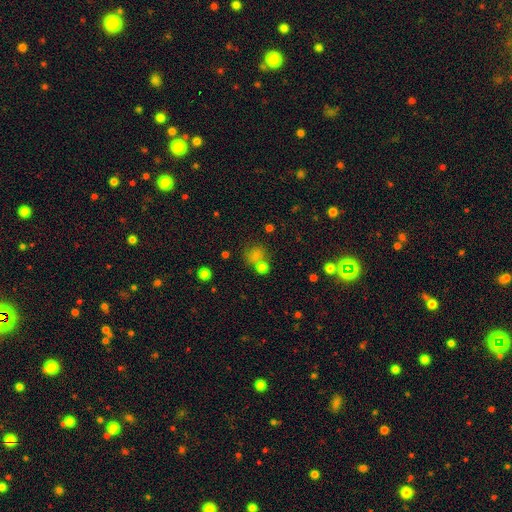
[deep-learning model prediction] Smooth or featured: smooth — 71% (star or artifact — 20%)
How rounded: round — 73% (in between — 26%)
Merging: none — 54% (merger — 23%)